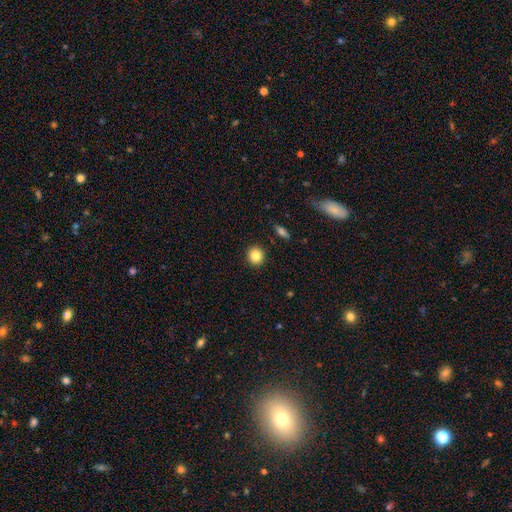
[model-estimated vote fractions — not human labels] Smooth or featured? smooth (85%)
How rounded? round (88%)
Merging? none (91%)